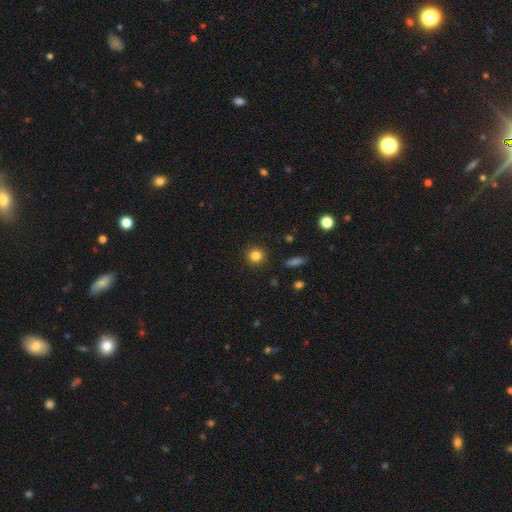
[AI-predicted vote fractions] Smooth or featured?
  - smooth: 84% *
  - star or artifact: 11%
  - featured or disk: 5%
How rounded?
  - round: 92% *
  - in between: 7%
  - cigar-shaped: 1%
Merging?
  - none: 91% *
  - minor disturbance: 6%
  - major disturbance: 2%
  - merger: 1%